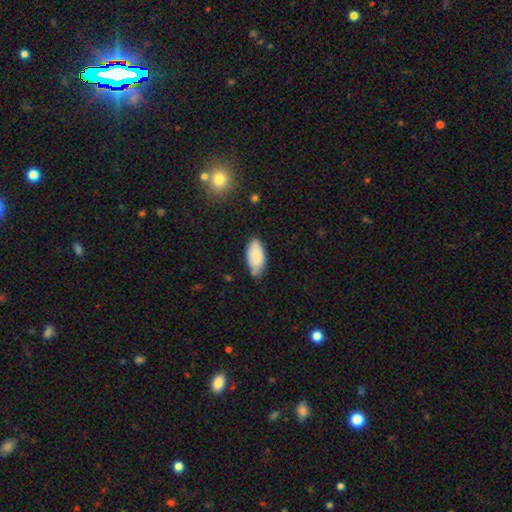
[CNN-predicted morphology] A smooth galaxy with no disk features (85%) that is in between round and cigar-shaped (93%).

Vote fractions:
- Smooth or featured? smooth: 85% / featured or disk: 9% / star or artifact: 6%
- How rounded? in between: 93% / cigar-shaped: 5% / round: 2%
- Merging? none: 64% / minor disturbance: 29% / major disturbance: 4% / merger: 3%